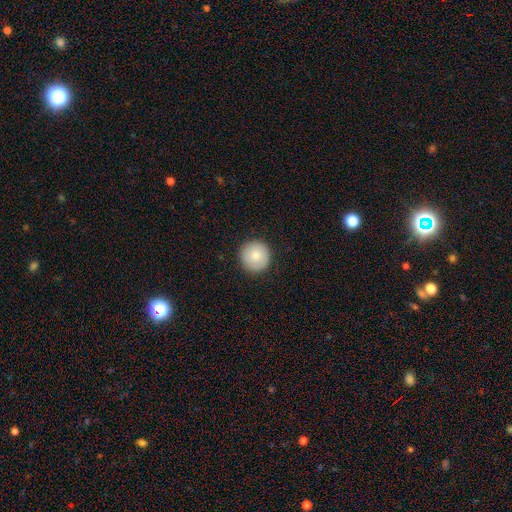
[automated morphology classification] Overall: smooth (80%). How rounded: round (96%). Merging: none (91%).